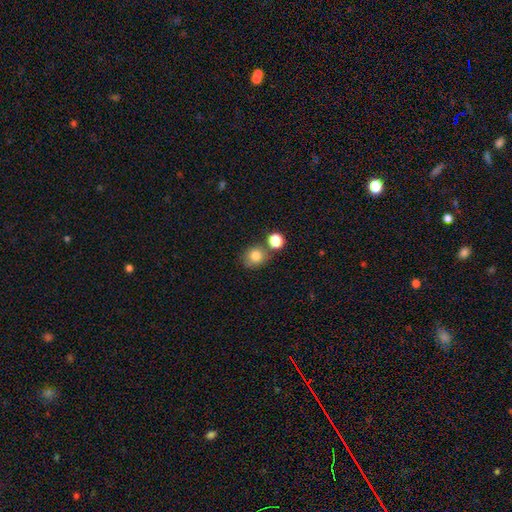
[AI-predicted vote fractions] A smooth galaxy with no disk features (82%) that is round (79%).

Vote fractions:
- Smooth or featured? smooth: 82% / star or artifact: 11% / featured or disk: 7%
- How rounded? round: 79% / in between: 20% / cigar-shaped: 1%
- Merging? none: 67% / merger: 17% / minor disturbance: 12% / major disturbance: 4%